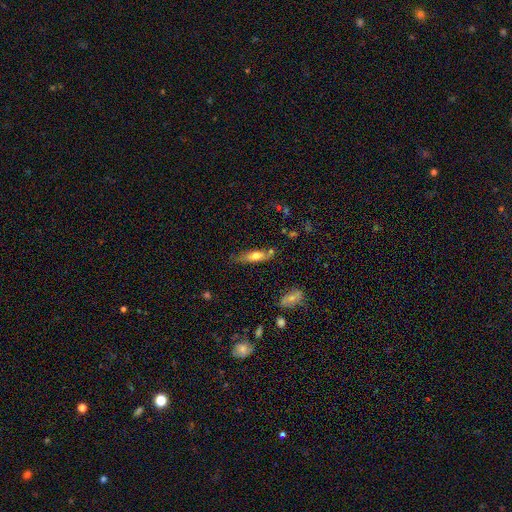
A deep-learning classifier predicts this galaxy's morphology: A smooth galaxy with no disk features (64%) that is cigar-shaped (52%). Merging: none (64%).